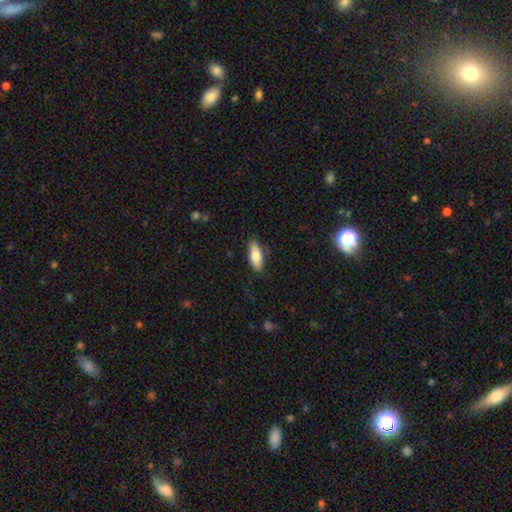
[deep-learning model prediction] A smooth galaxy with no disk features (78%) that is in between round and cigar-shaped (72%). Merging: none (82%).